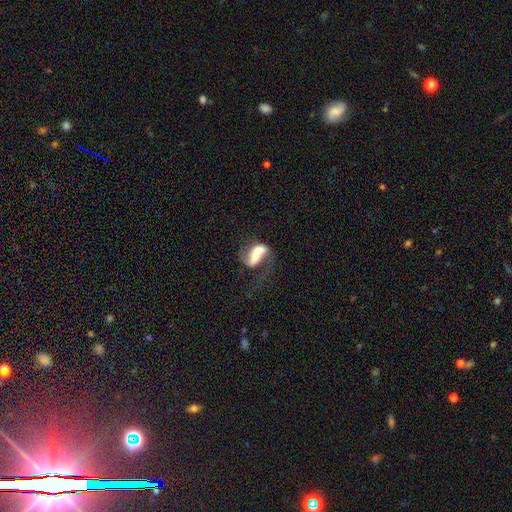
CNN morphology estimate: A featured or disk galaxy (61%) with no bar (43%), spiral arms (70%) and a moderate central bulge (49%).

Vote fractions:
- Smooth or featured? featured or disk: 61% / smooth: 32% / star or artifact: 8%
- Edge-on disk? no: 94% / yes: 6%
- Bar? no: 43% / strong: 29% / weak: 28%
- Spiral arms? yes: 70% / no: 30%
- Bulge size? moderate: 49% / large: 21% / small: 20% / none: 6% / dominant: 4%
- Merging? merger: 48% / none: 21% / major disturbance: 20% / minor disturbance: 11%